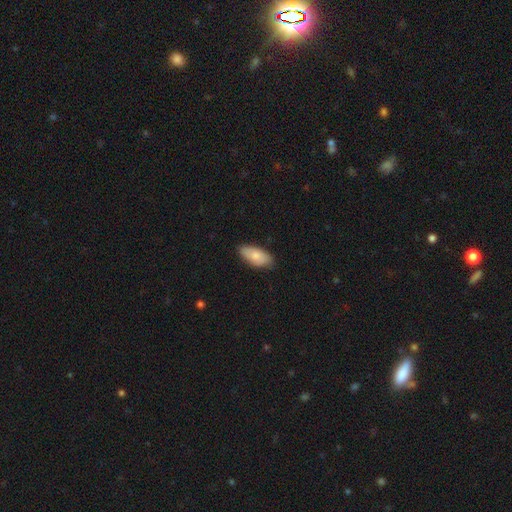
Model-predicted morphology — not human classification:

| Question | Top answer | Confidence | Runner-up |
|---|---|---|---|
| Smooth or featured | smooth | 78% | featured or disk (16%) |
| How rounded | in between | 90% | cigar-shaped (8%) |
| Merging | none | 80% | minor disturbance (16%) |